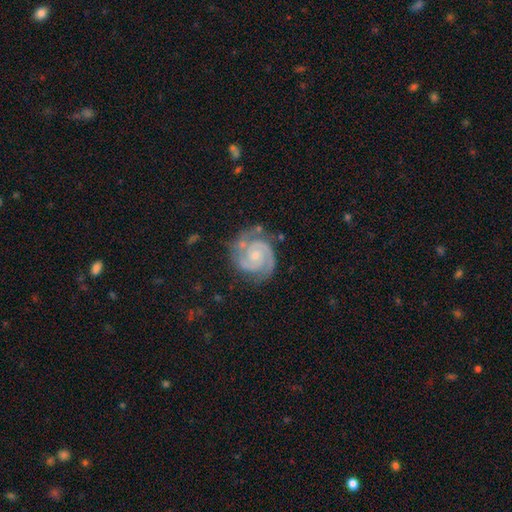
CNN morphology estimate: Q: Smooth or featured?
A: featured or disk (91%); runner-up: star or artifact (5%)
Q: Edge-on disk?
A: no (98%); runner-up: yes (2%)
Q: Bar?
A: no (70%); runner-up: weak (23%)
Q: Spiral arms?
A: yes (98%); runner-up: no (2%)
Q: Spiral winding?
A: tight (66%); runner-up: medium (30%)
Q: Spiral arm count?
A: 2 (88%); runner-up: 3 (6%)
Q: Bulge size?
A: small (65%); runner-up: moderate (28%)
Q: Merging?
A: none (75%); runner-up: minor disturbance (18%)